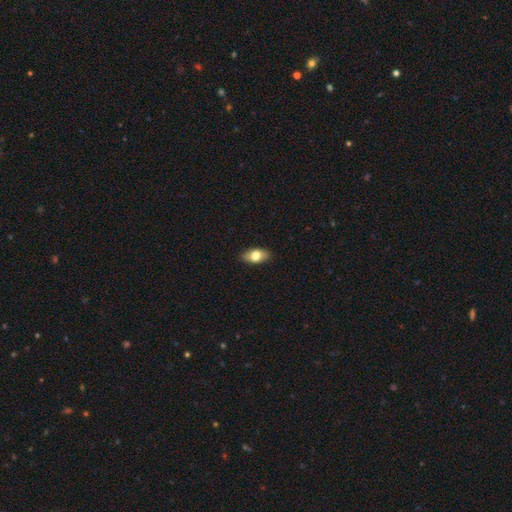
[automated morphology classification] smooth_or_featured: smooth (p=0.73) [alt: featured or disk p=0.20]
how_rounded: in between (p=0.89) [alt: round p=0.06]
merging: none (p=0.87) [alt: minor disturbance p=0.10]